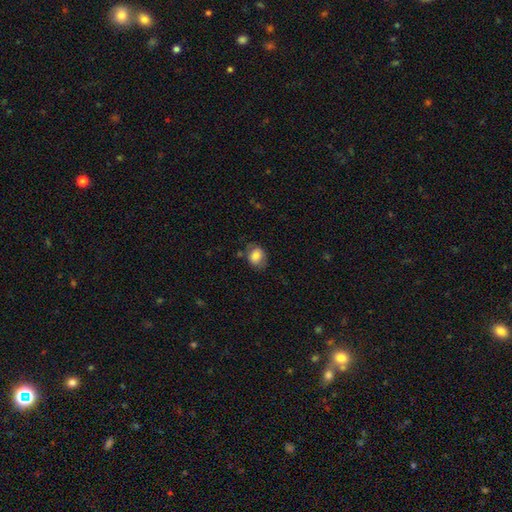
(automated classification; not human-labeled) A smooth galaxy with no disk features (80%) that is in between round and cigar-shaped (51%).

Vote fractions:
- Smooth or featured? smooth: 80% / featured or disk: 11% / star or artifact: 8%
- How rounded? in between: 51% / round: 48% / cigar-shaped: 1%
- Merging? none: 66% / minor disturbance: 23% / major disturbance: 8% / merger: 3%